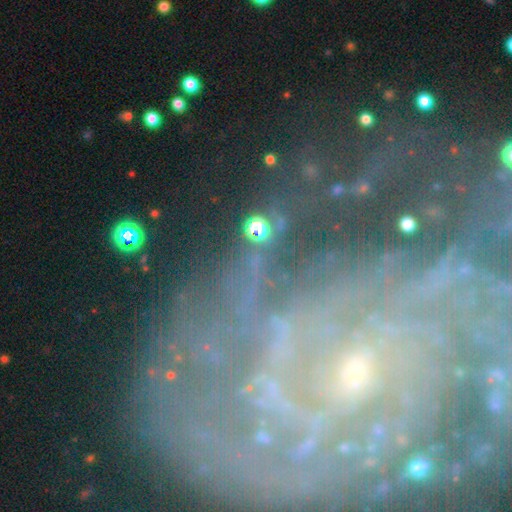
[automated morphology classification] type=featured or disk (81%); edge-on=no (97%); bar=no (55%); spiral arms=yes (95%); winding=tight (66%); arm count=can't tell (23%); bulge=small (76%); merging=none (67%).